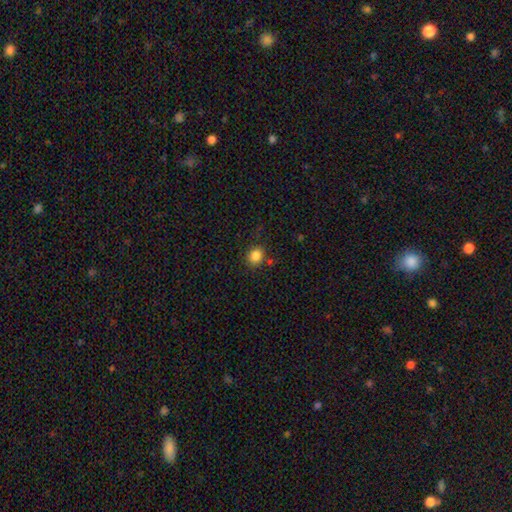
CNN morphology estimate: Smooth or featured? smooth (84%)
How rounded? round (72%)
Merging? none (80%)